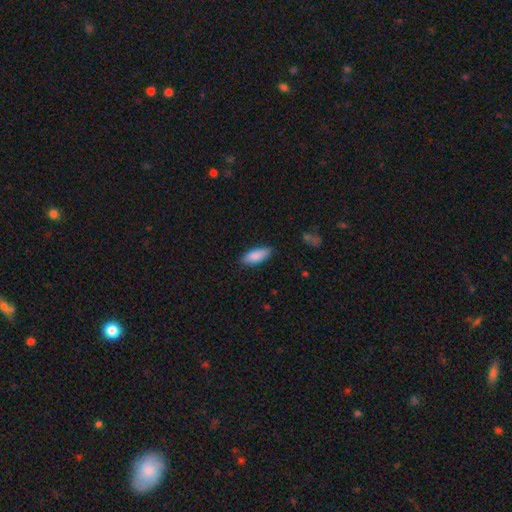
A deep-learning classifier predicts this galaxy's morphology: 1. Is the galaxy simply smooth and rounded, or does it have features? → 87% smooth, 7% featured or disk, 6% star or artifact.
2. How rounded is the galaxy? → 76% in between, 23% cigar-shaped, 2% round.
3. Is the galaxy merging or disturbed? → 84% none, 12% minor disturbance, 2% major disturbance, 1% merger.